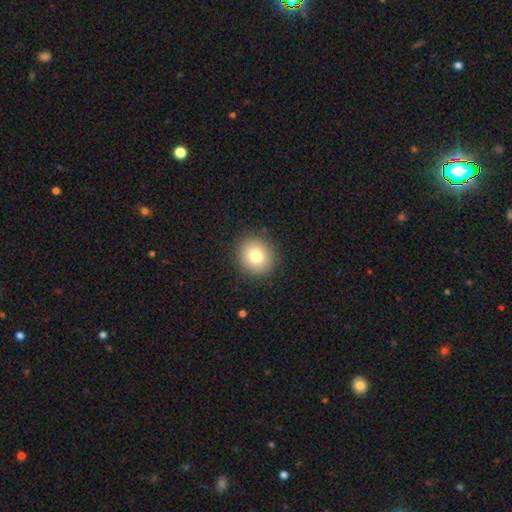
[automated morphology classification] A smooth galaxy with no disk features (78%) that is round (85%).

Vote fractions:
- Smooth or featured? smooth: 78% / featured or disk: 11% / star or artifact: 11%
- How rounded? round: 85% / in between: 14% / cigar-shaped: 1%
- Merging? none: 90% / minor disturbance: 7% / major disturbance: 2% / merger: 1%